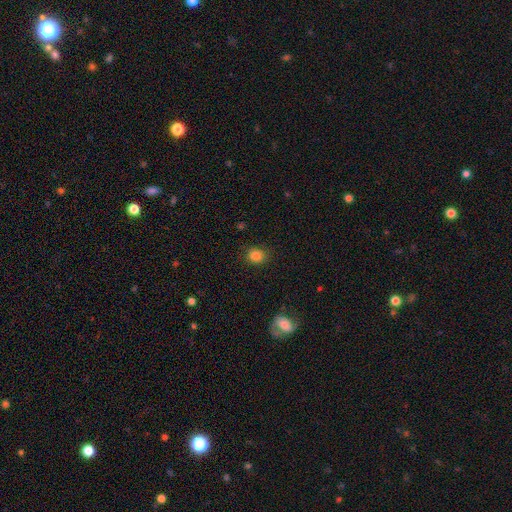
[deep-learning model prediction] smooth-or-featured: smooth: 84% | star or artifact: 11% | featured or disk: 4%
  how-rounded: round: 66% | in between: 33% | cigar-shaped: 1%
  merging: none: 85% | minor disturbance: 11% | major disturbance: 3% | merger: 1%